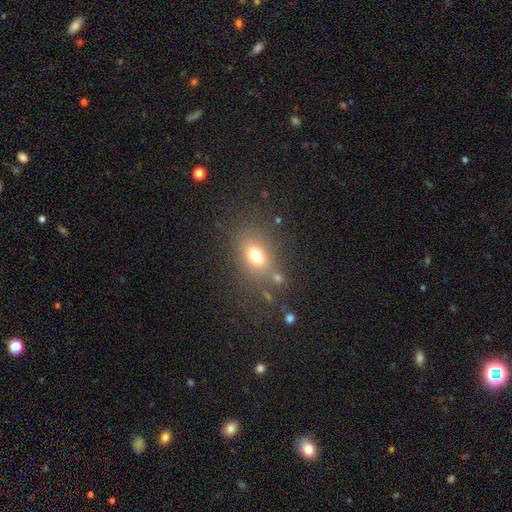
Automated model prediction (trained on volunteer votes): This is likely a smooth galaxy (73%). How rounded: likely in between (73%). Merging: likely none (71%).